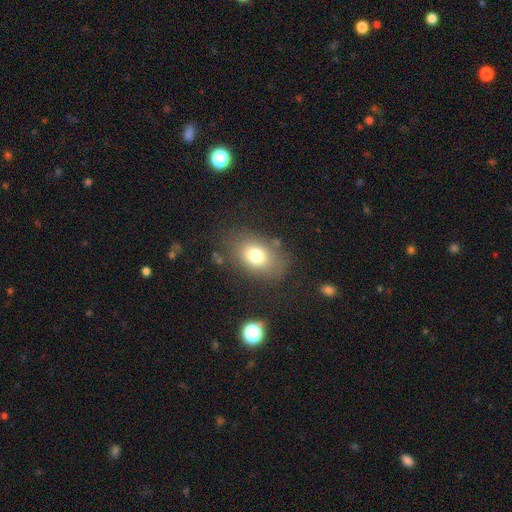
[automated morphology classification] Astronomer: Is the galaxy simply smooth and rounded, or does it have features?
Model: smooth — 75%.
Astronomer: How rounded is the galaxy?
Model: in between — 75%.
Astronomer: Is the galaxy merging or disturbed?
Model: none — 75%.